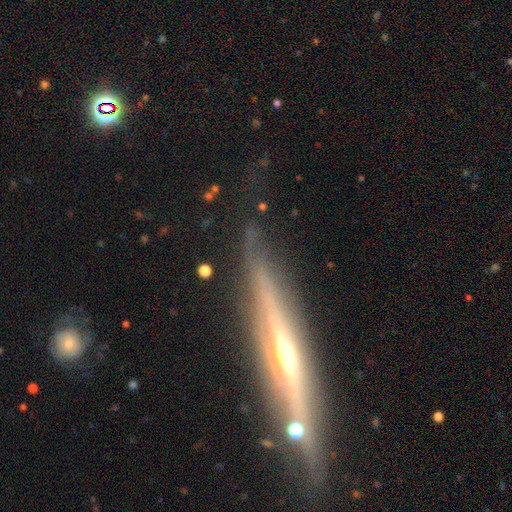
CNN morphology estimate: The model was most divided on "edge-on bulge": rounded: 75%, none: 21%, boxy: 5%. More confident: edge-on disk — yes (93%); smooth or featured — featured or disk (81%); merging — none (74%).